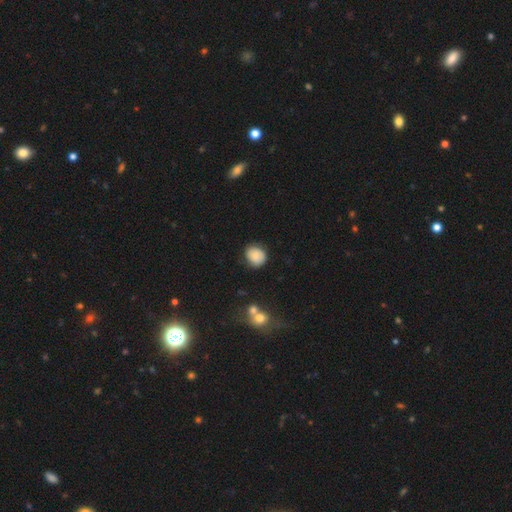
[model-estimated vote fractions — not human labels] smooth_or_featured: smooth (p=0.80) [alt: featured or disk p=0.12]
how_rounded: round (p=0.68) [alt: in between p=0.31]
merging: none (p=0.76) [alt: minor disturbance p=0.18]